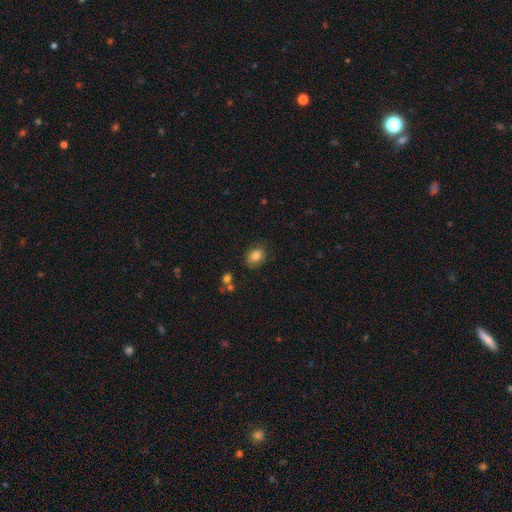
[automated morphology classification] Q: Smooth or featured?
A: smooth (84%); runner-up: star or artifact (9%)
Q: How rounded?
A: in between (72%); runner-up: round (27%)
Q: Merging?
A: none (76%); runner-up: minor disturbance (17%)